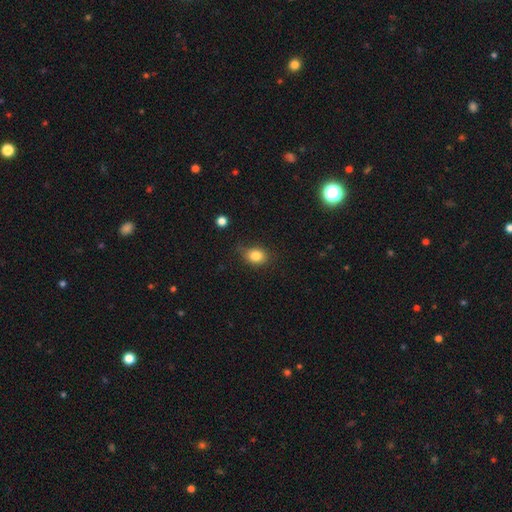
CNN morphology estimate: Smooth or featured? smooth (82%)
How rounded? in between (52%)
Merging? none (72%)